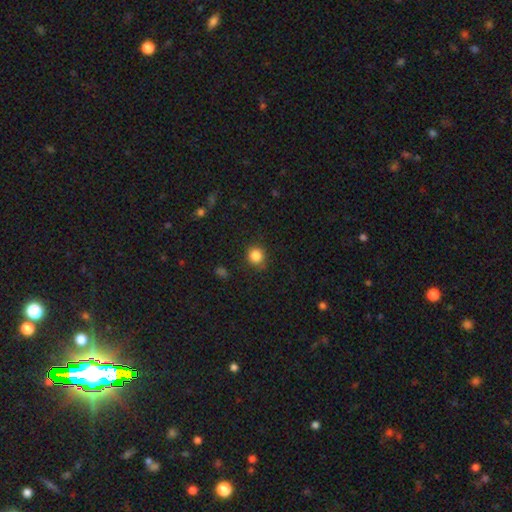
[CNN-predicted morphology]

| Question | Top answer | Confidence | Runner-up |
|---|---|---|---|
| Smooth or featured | smooth | 85% | star or artifact (11%) |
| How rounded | round | 86% | in between (13%) |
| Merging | none | 84% | minor disturbance (12%) |